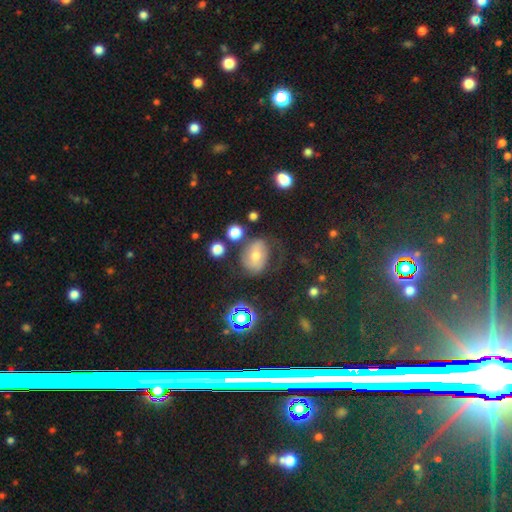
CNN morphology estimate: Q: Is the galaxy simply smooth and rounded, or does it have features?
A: smooth — 43%.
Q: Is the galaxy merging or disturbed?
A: none — 52%.